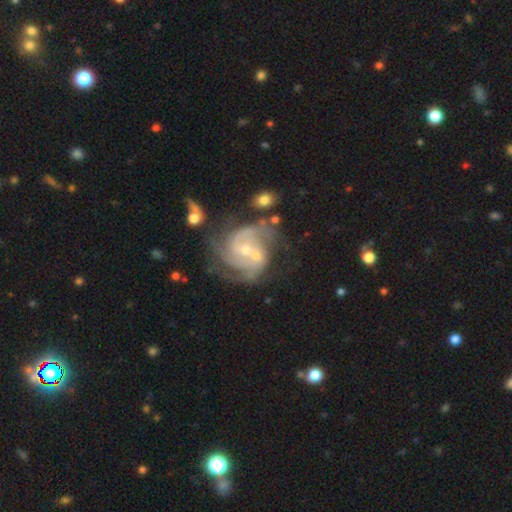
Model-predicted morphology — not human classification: The model was most divided on "spiral arm count": 2: 36%, 3: 30%, can't tell: 17%, 4: 8%, 1: 5%, more than 4: 4%. Remaining: edge-on disk — no (98%); spiral arms — yes (95%); smooth or featured — featured or disk (85%); bulge size — small (57%); bar — no (54%); spiral winding — medium (47%); merging — none (42%).